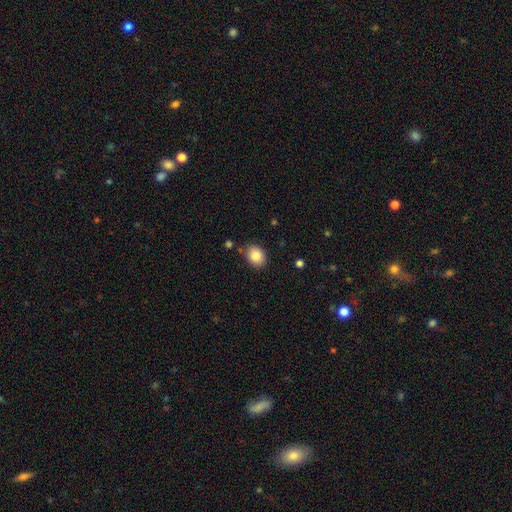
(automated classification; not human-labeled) Smooth or featured?
  - smooth: 84% *
  - star or artifact: 9%
  - featured or disk: 7%
How rounded?
  - in between: 50% *
  - round: 49%
  - cigar-shaped: 1%
Merging?
  - none: 85% *
  - minor disturbance: 10%
  - merger: 3%
  - major disturbance: 2%